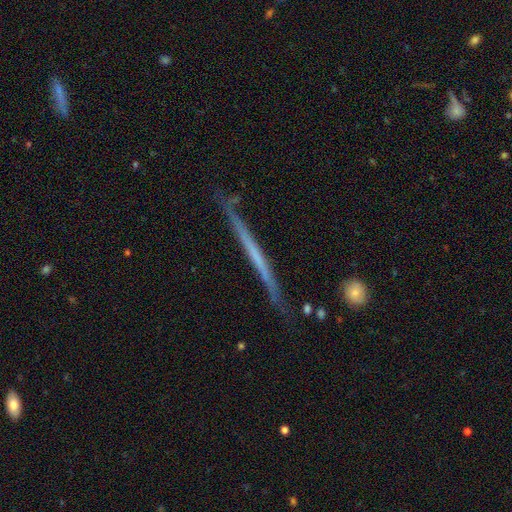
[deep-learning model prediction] The model was most divided on "smooth or featured": featured or disk: 63%, smooth: 32%, star or artifact: 6%. More confident: edge-on disk — yes (97%); edge-on bulge — none (92%); merging — none (85%).